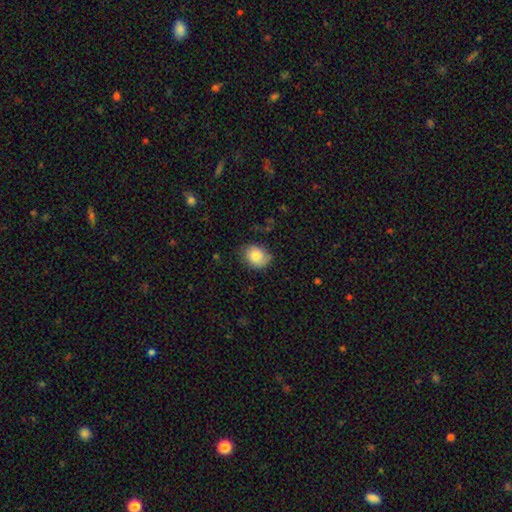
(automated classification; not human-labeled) Morphology: type=smooth (79%); roundness=round (50%); merging=none (70%).